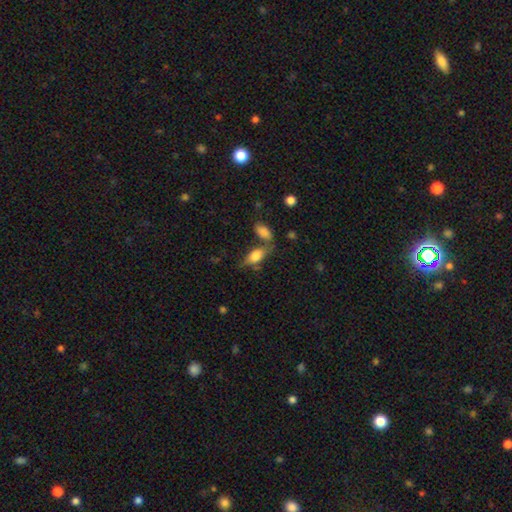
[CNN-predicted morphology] Smooth or featured?
  - smooth: 70% *
  - featured or disk: 22%
  - star or artifact: 8%
How rounded?
  - in between: 81% *
  - cigar-shaped: 15%
  - round: 4%
Merging?
  - none: 53% *
  - merger: 24%
  - minor disturbance: 16%
  - major disturbance: 6%